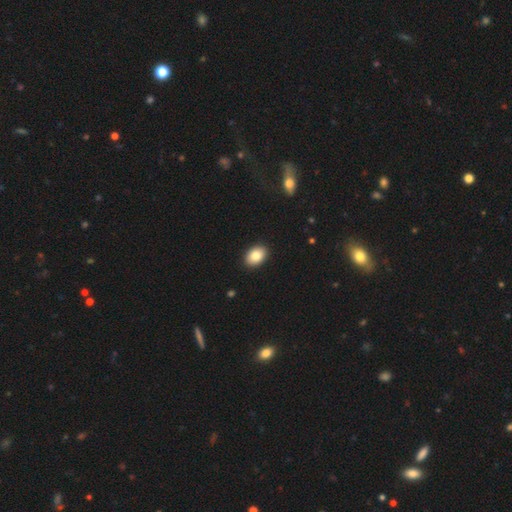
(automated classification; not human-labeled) smooth 86%, star or artifact 7%, featured or disk 7%. Down the decision tree: how rounded — in between (85%); merging — none (91%).